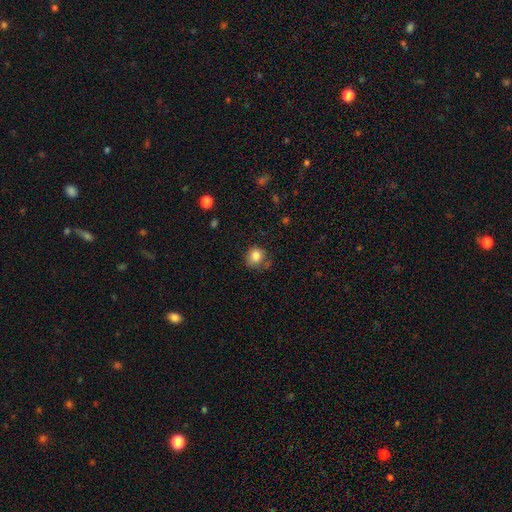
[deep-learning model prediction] Smooth or featured: smooth — 83% (star or artifact — 10%)
How rounded: round — 83% (in between — 16%)
Merging: none — 68% (minor disturbance — 21%)